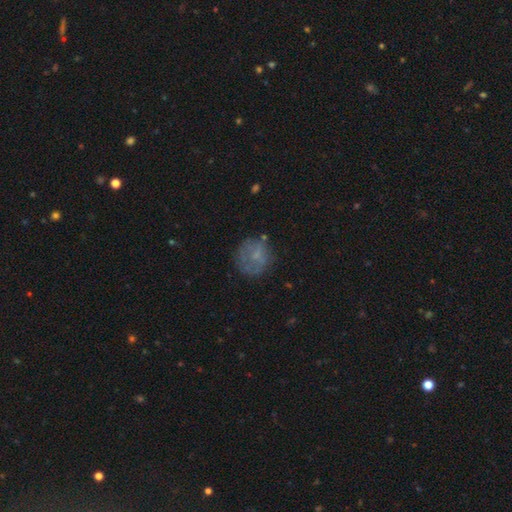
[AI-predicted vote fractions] Overall: smooth (56%; featured or disk 31%). How rounded: round (81%). Merging: none (63%).